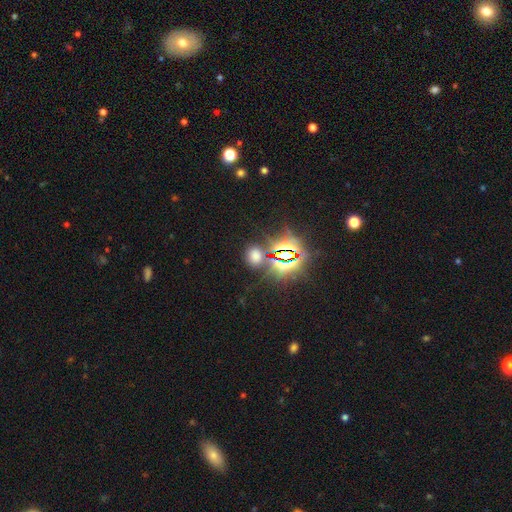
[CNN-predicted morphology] Smooth or featured: smooth — 47% (star or artifact — 46%)
Merging: none — 77% (minor disturbance — 11%)